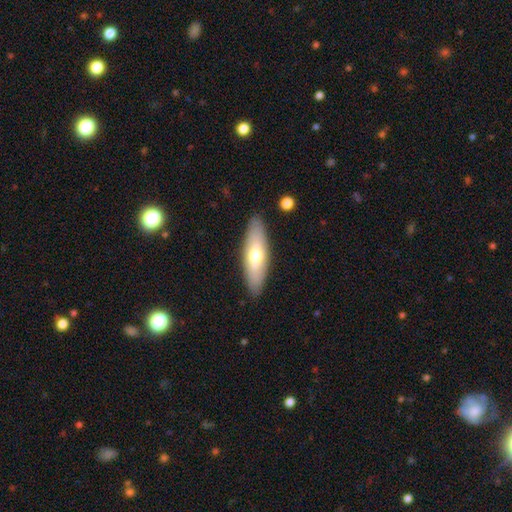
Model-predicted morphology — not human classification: This is possibly a smooth galaxy (56%). How rounded: possibly cigar-shaped (51%). Merging: clearly none (87%).